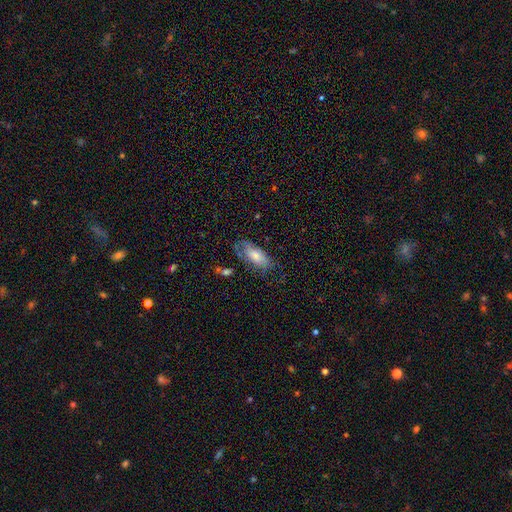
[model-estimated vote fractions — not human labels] Q: Smooth or featured?
A: smooth (66%); runner-up: featured or disk (27%)
Q: How rounded?
A: in between (84%); runner-up: cigar-shaped (14%)
Q: Merging?
A: none (57%); runner-up: minor disturbance (28%)